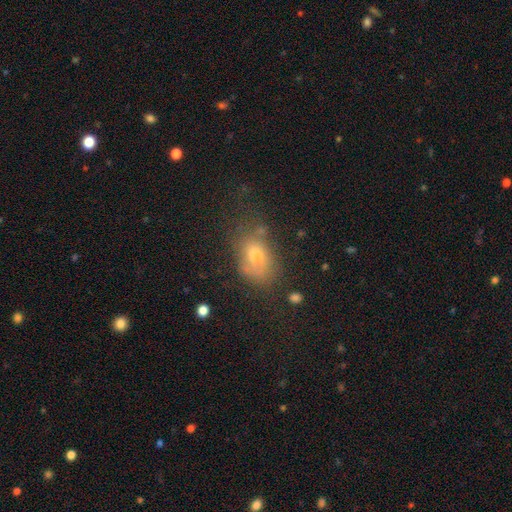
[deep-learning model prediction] This is likely a smooth galaxy (68%). How rounded: likely in between (78%). Merging: possibly none (48%).